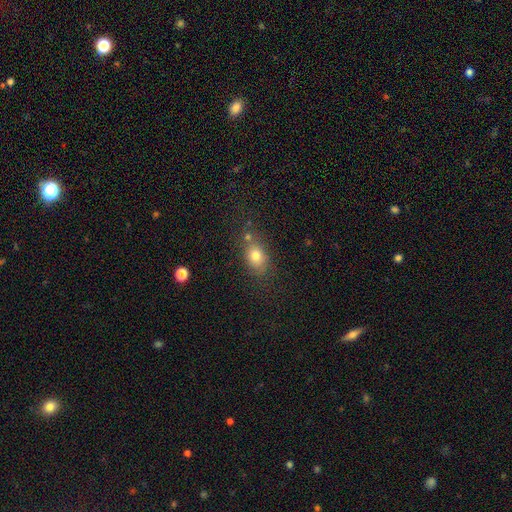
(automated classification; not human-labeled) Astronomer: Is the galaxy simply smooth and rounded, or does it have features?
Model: smooth — 76%.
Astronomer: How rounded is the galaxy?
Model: in between — 65%.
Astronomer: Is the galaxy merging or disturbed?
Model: none — 62%.